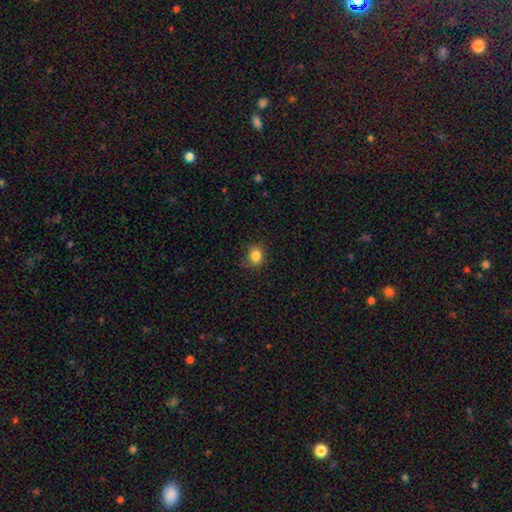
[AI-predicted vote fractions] Smooth or featured? smooth (84%)
How rounded? round (77%)
Merging? none (80%)